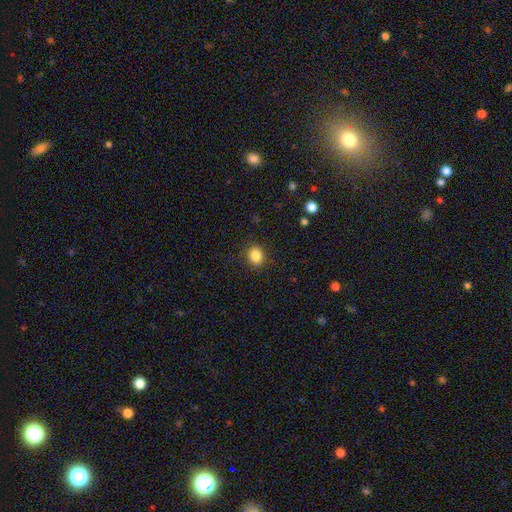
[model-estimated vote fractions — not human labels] Smooth or featured: smooth — 85% (star or artifact — 10%)
How rounded: round — 75% (in between — 24%)
Merging: none — 89% (minor disturbance — 8%)